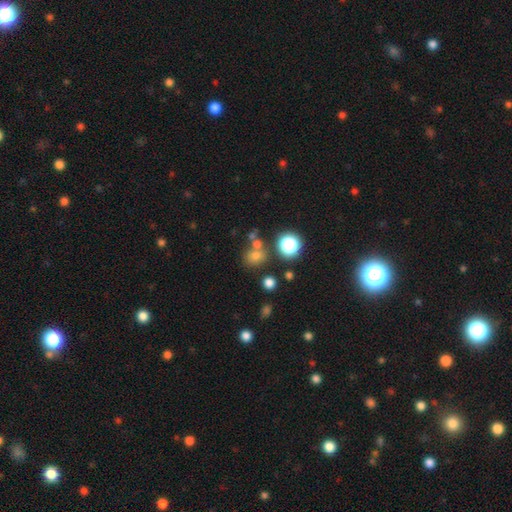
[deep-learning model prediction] A smooth galaxy with no disk features (68%) that is round (73%).

Vote fractions:
- Smooth or featured? smooth: 68% / star or artifact: 23% / featured or disk: 10%
- How rounded? round: 73% / in between: 26% / cigar-shaped: 1%
- Merging? none: 61% / merger: 23% / minor disturbance: 11% / major disturbance: 5%